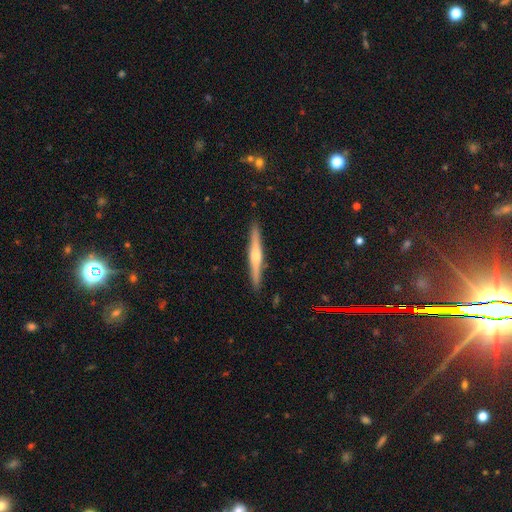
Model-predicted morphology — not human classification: The model was most divided on "smooth or featured": featured or disk: 65%, smooth: 29%, star or artifact: 6%. More confident: edge-on disk — yes (98%); merging — none (91%); edge-on bulge — rounded (75%).